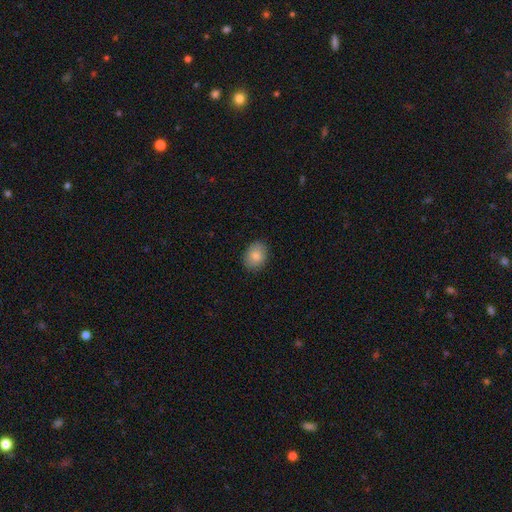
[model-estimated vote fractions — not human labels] Overall: smooth (82%). How rounded: in between (60%; round 39%). Merging: none (86%).